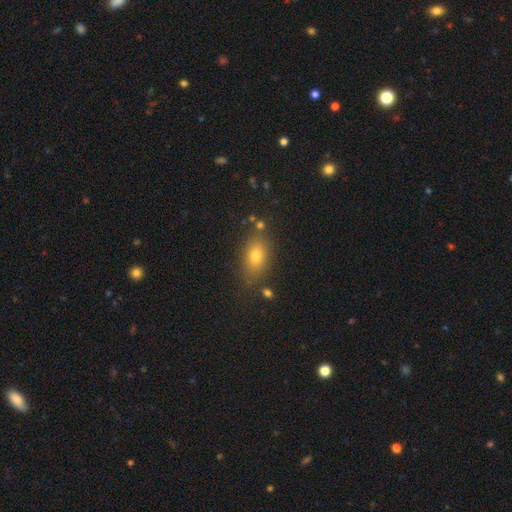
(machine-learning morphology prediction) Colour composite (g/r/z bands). It shows a smooth galaxy with no disk features (74%) that is in between round and cigar-shaped (80%). Merging: none (78%).